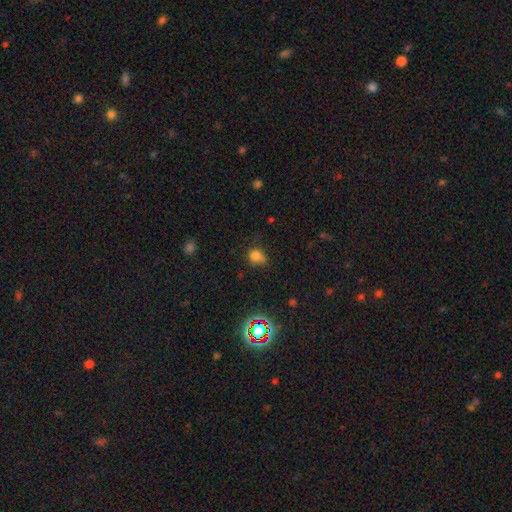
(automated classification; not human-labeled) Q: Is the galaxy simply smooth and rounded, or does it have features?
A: smooth — 73%.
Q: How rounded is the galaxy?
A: round — 65%.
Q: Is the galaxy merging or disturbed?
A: none — 49%.